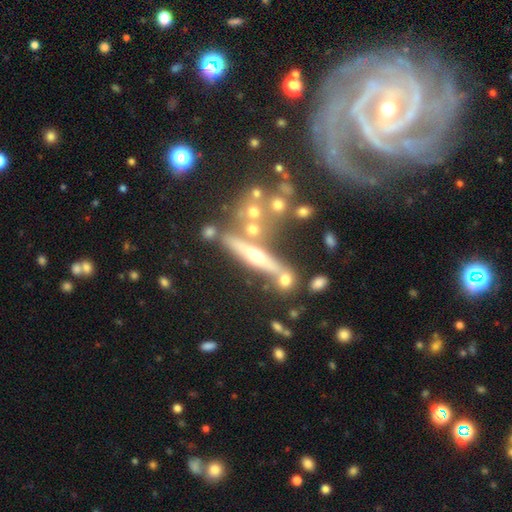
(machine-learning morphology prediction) Smooth or featured: featured or disk — 72% (smooth — 17%)
Edge-on disk: yes — 78% (no — 22%)
Edge-on bulge: rounded — 86% (none — 9%)
Merging: none — 46% (merger — 24%)